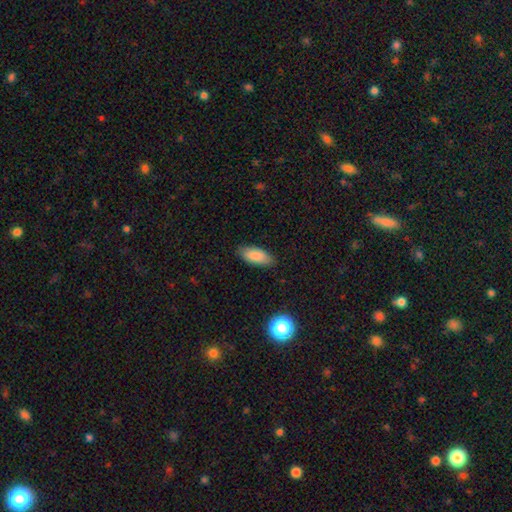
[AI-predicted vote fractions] Smooth or featured? smooth (86%)
How rounded? in between (85%)
Merging? none (85%)